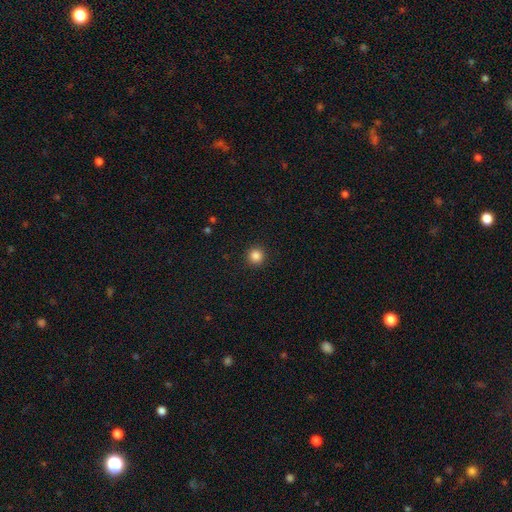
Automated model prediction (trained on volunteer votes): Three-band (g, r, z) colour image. It shows a smooth galaxy with no disk features (85%) that is round (95%). Merging: none (92%).